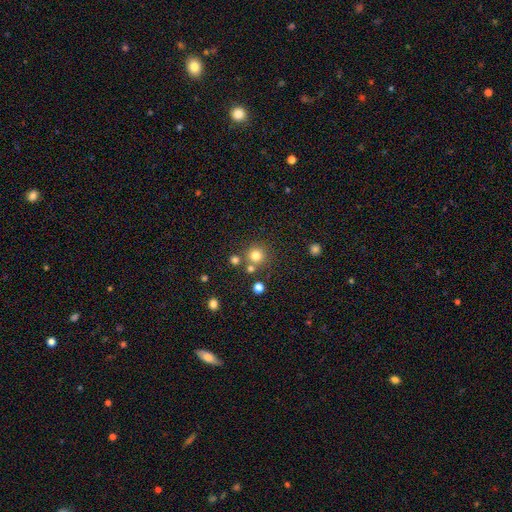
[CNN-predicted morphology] smooth 78%, star or artifact 16%, featured or disk 7%. Down the decision tree: how rounded — round (93%); merging — none (74%).